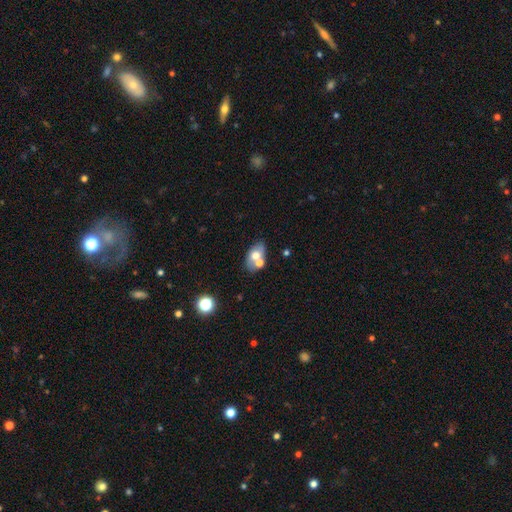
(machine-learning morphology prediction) smooth_or_featured: smooth (p=0.61) [alt: featured or disk p=0.30]
how_rounded: in between (p=0.83) [alt: round p=0.15]
merging: none (p=0.50) [alt: merger p=0.33]